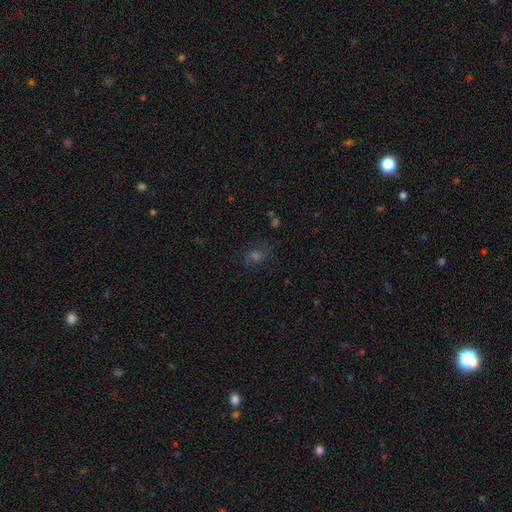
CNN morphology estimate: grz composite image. It shows a star or artifact, not a galaxy (39%).